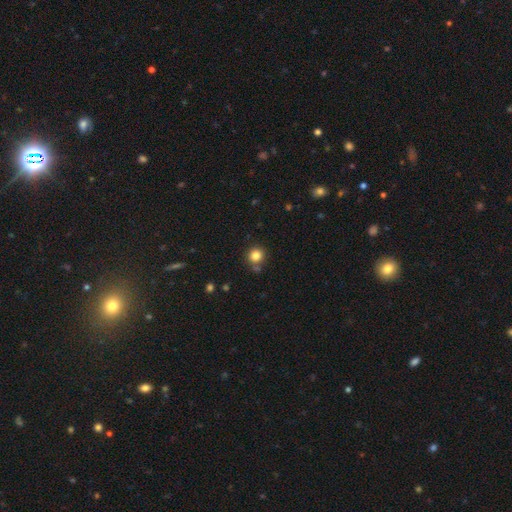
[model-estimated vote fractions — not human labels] Smooth or featured? smooth (84%)
How rounded? round (90%)
Merging? none (77%)